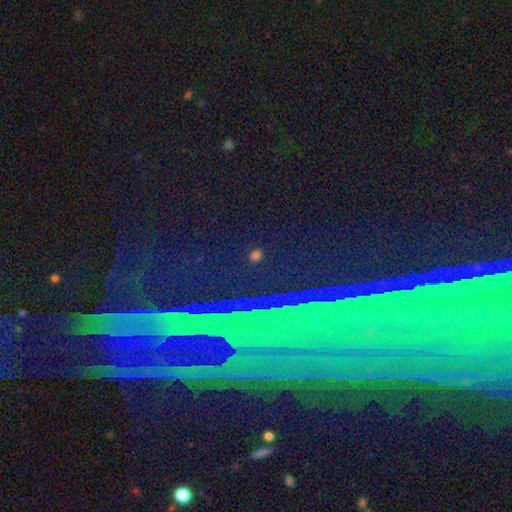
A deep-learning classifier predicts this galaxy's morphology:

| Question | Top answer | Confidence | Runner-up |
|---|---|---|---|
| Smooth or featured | star or artifact | 47% | smooth (44%) |